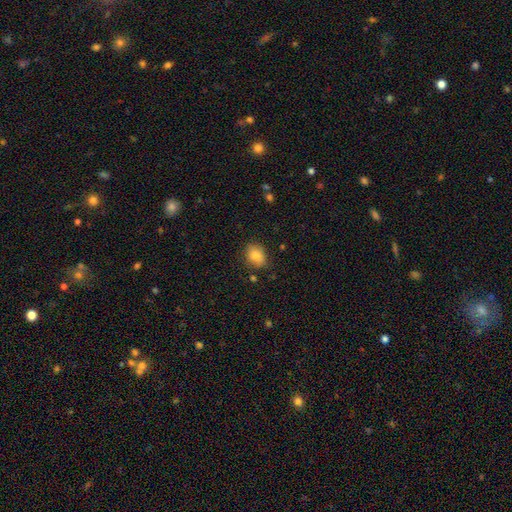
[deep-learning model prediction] Q: Smooth or featured?
A: smooth (83%); runner-up: star or artifact (9%)
Q: How rounded?
A: in between (62%); runner-up: round (37%)
Q: Merging?
A: none (82%); runner-up: minor disturbance (13%)